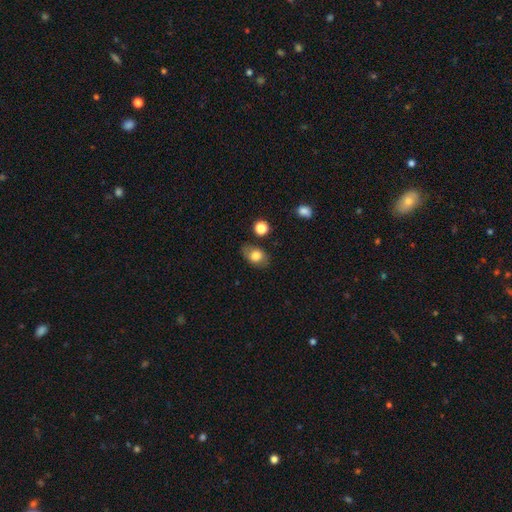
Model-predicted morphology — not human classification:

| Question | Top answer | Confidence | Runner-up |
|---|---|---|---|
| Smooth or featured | smooth | 77% | featured or disk (14%) |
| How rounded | in between | 76% | round (23%) |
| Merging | none | 75% | minor disturbance (17%) |